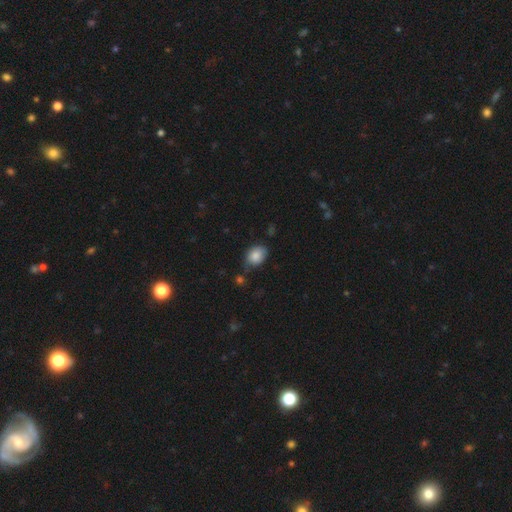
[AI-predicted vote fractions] Morphology: type=smooth (84%); roundness=in between (70%); merging=none (65%).